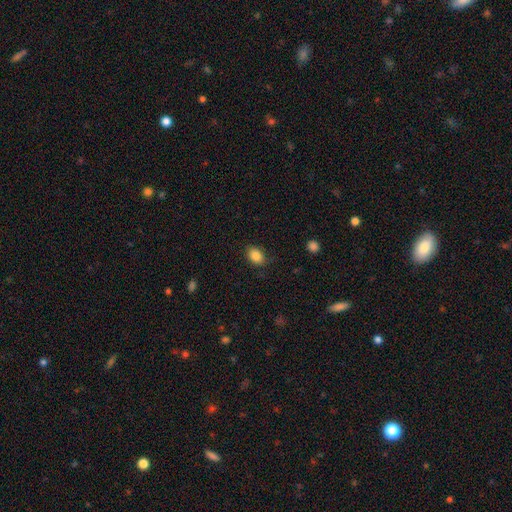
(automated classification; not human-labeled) smooth-or-featured: smooth: 86% | star or artifact: 9% | featured or disk: 5%
  how-rounded: in between: 71% | round: 28% | cigar-shaped: 1%
  merging: none: 79% | minor disturbance: 16% | major disturbance: 4% | merger: 1%